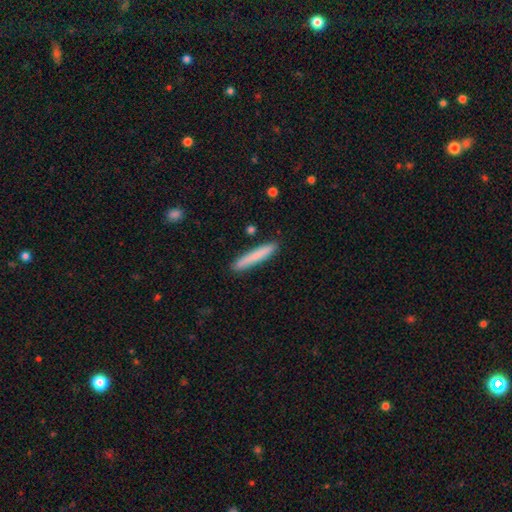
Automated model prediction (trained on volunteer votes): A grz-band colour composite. It shows a smooth galaxy with no disk features (80%) that is cigar-shaped (95%). Merging: none (90%).